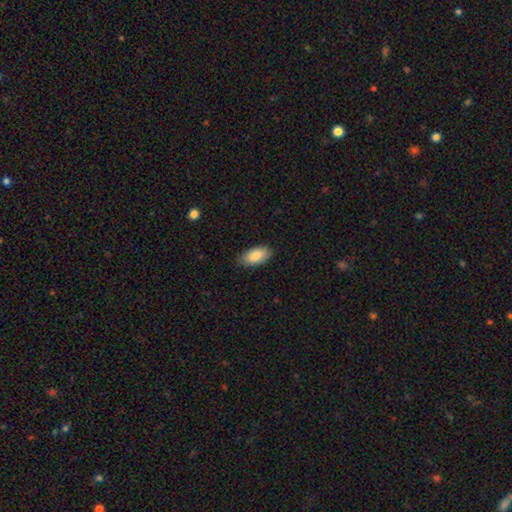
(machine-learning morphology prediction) Smooth or featured?
  - smooth: 87% *
  - featured or disk: 7%
  - star or artifact: 6%
How rounded?
  - in between: 94% *
  - cigar-shaped: 4%
  - round: 2%
Merging?
  - none: 83% *
  - minor disturbance: 13%
  - major disturbance: 2%
  - merger: 1%